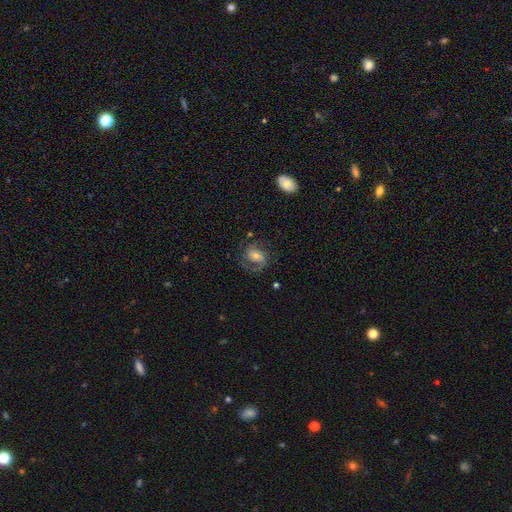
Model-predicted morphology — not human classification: Smooth or featured: featured or disk — 75% (smooth — 17%)
Edge-on disk: no — 97% (yes — 3%)
Bar: weak — 42% (no — 41%)
Spiral arms: yes — 93% (no — 7%)
Spiral winding: medium — 51% (tight — 27%)
Spiral arm count: 2 — 66% (1 — 21%)
Bulge size: moderate — 48% (small — 42%)
Merging: none — 63% (major disturbance — 18%)